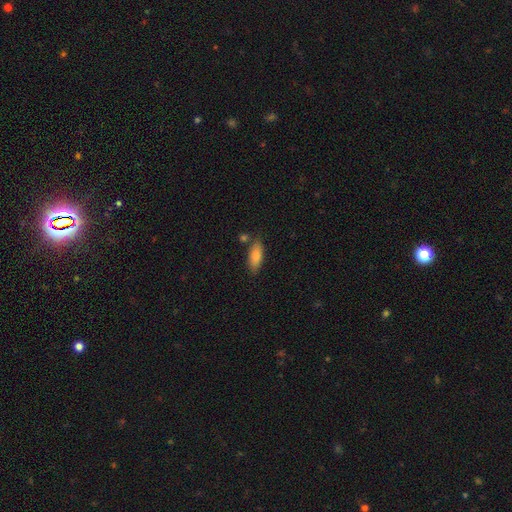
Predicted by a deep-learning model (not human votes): smooth-or-featured: smooth: 82% | featured or disk: 12% | star or artifact: 7%
  how-rounded: in between: 77% | cigar-shaped: 21% | round: 2%
  merging: none: 76% | minor disturbance: 14% | merger: 6% | major disturbance: 3%